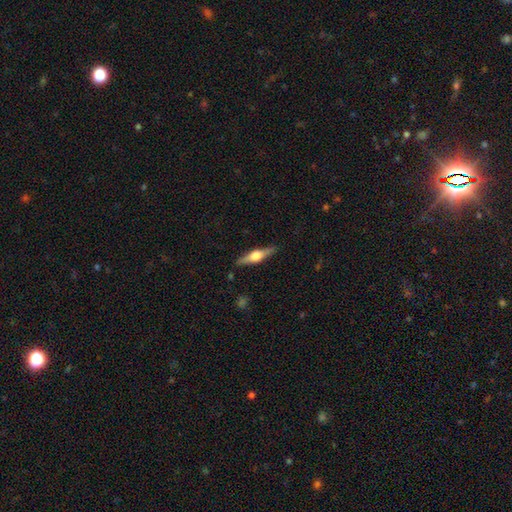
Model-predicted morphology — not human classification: smooth-or-featured: featured or disk: 70% | smooth: 25% | star or artifact: 6%
  disk-edge-on: yes: 97% | no: 3%
    edge-on-bulge: rounded: 92% | boxy: 6% | none: 2%
  merging: none: 89% | minor disturbance: 8% | major disturbance: 2% | merger: 1%